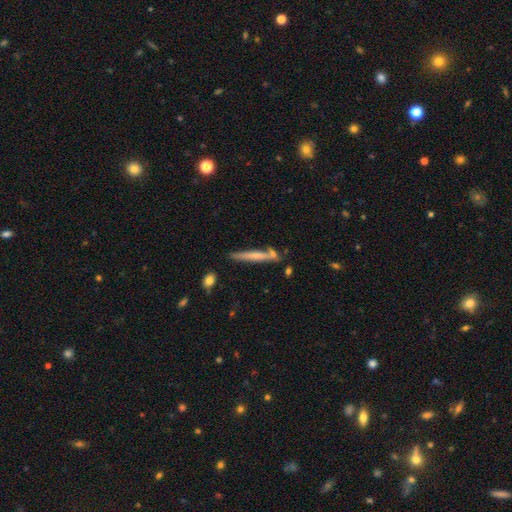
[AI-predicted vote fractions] A smooth galaxy with no disk features (54%) that is cigar-shaped (95%).

Vote fractions:
- Smooth or featured? smooth: 54% / featured or disk: 39% / star or artifact: 7%
- How rounded? cigar-shaped: 95% / in between: 4% / round: 2%
- Merging? none: 70% / minor disturbance: 16% / merger: 11% / major disturbance: 4%